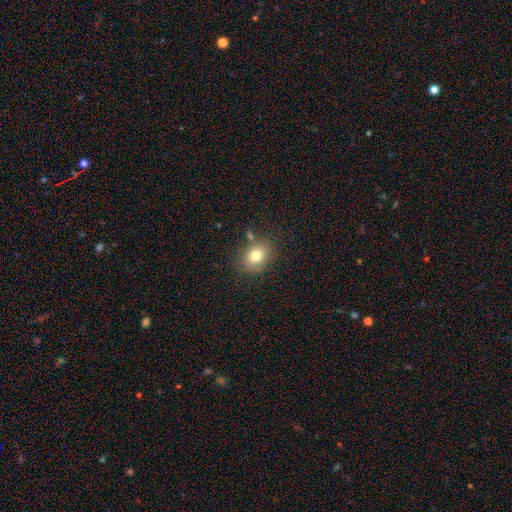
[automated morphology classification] type=smooth (78%); roundness=in between (60%); merging=none (76%).